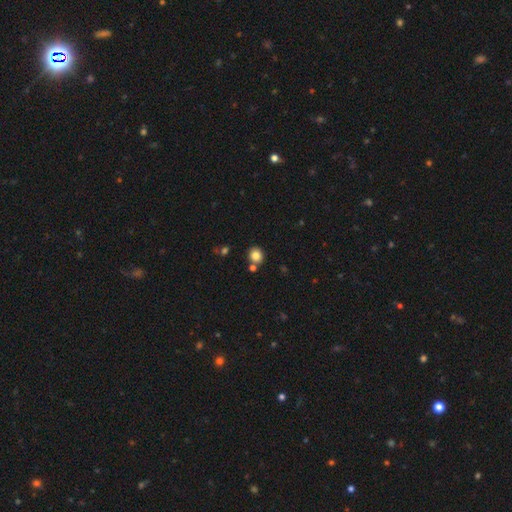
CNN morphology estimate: A smooth galaxy with no disk features (82%) that is round (82%). Merging: none (76%).